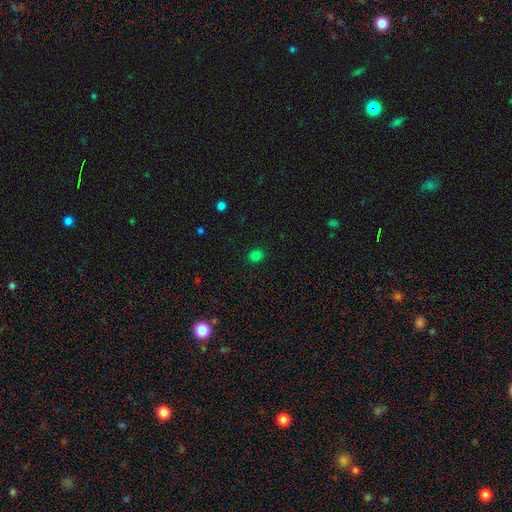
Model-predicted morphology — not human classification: Smooth or featured: smooth — 79% (star or artifact — 17%)
How rounded: round — 71% (in between — 28%)
Merging: none — 89% (minor disturbance — 7%)